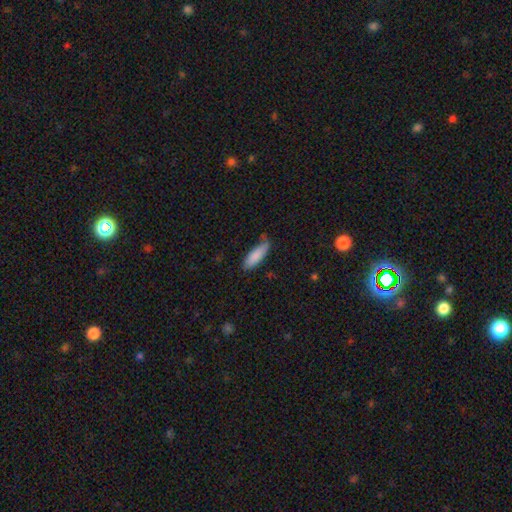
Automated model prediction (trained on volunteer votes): smooth 86%, featured or disk 8%, star or artifact 6%. Down the decision tree: how rounded — in between (55%); merging — none (65%).